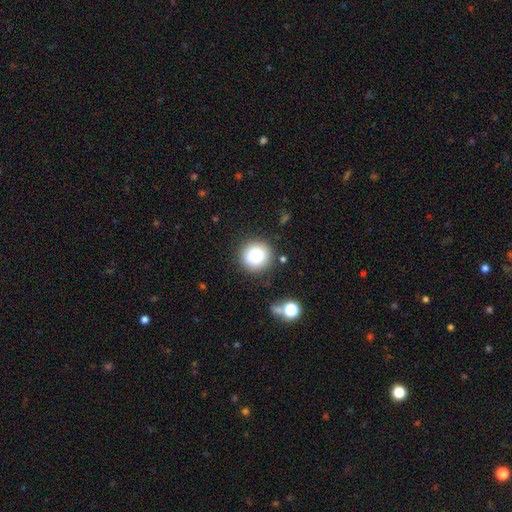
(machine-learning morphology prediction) This appears to be a smooth galaxy with no disk features (82%) that is round (93%). Merging: none (85%).